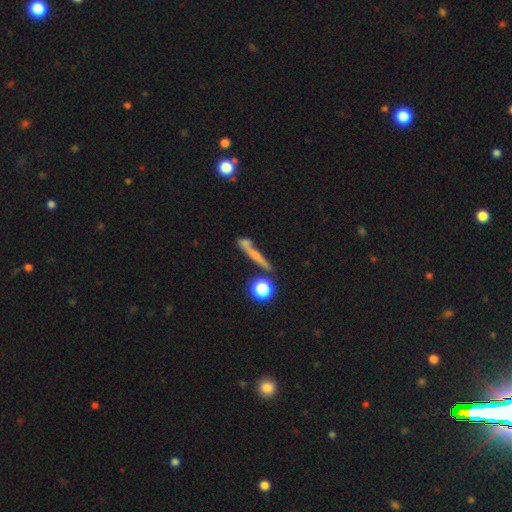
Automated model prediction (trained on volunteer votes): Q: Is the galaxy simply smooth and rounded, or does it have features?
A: smooth — 53%.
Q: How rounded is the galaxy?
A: cigar-shaped — 73%.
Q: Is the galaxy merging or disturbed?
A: none — 59%.